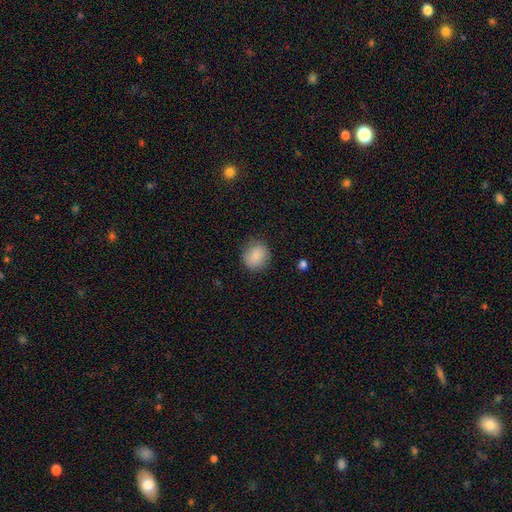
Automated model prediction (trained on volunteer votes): This appears to be a smooth galaxy with no disk features (87%) that is round (79%). Merging: none (84%).